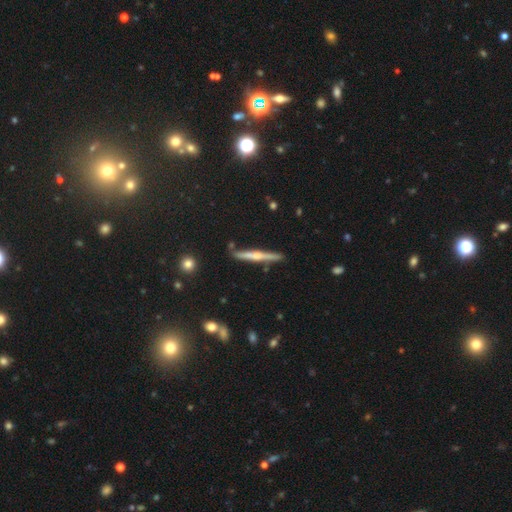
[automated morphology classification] Overall: featured or disk (61%; smooth 32%). Edge-on disk: yes (97%). Edge-on bulge: rounded (62%; none 25%). Merging: none (86%).